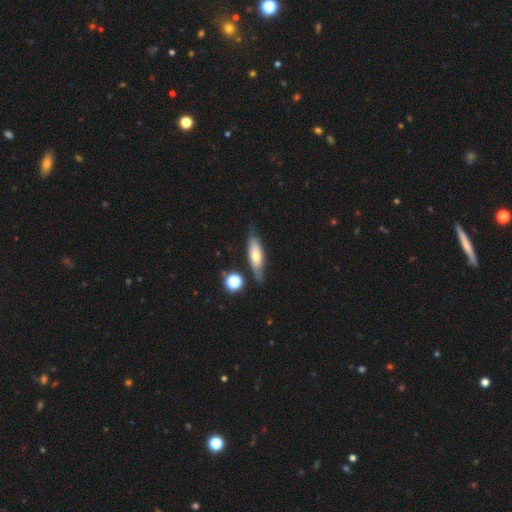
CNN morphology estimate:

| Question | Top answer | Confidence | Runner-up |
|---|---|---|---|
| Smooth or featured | smooth | 52% | featured or disk (40%) |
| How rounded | in between | 49% | cigar-shaped (48%) |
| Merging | none | 67% | minor disturbance (22%) |